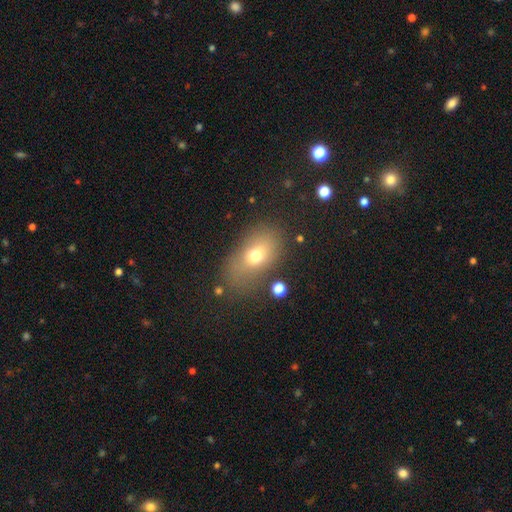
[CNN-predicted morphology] A smooth galaxy with no disk features (69%) that is in between round and cigar-shaped (83%). Merging: none (64%).